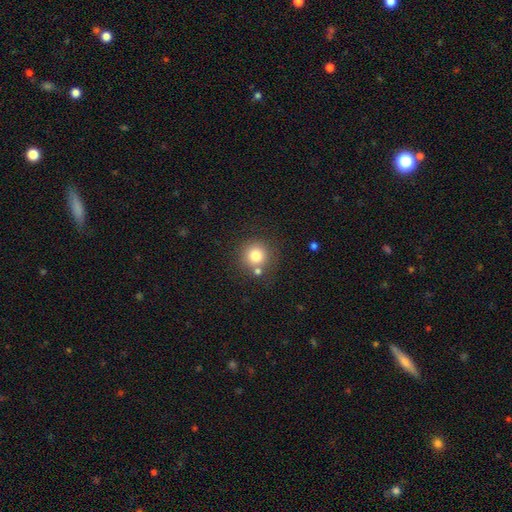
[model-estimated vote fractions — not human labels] smooth 79%, star or artifact 12%, featured or disk 9%. Down the decision tree: how rounded — round (94%); merging — none (74%).